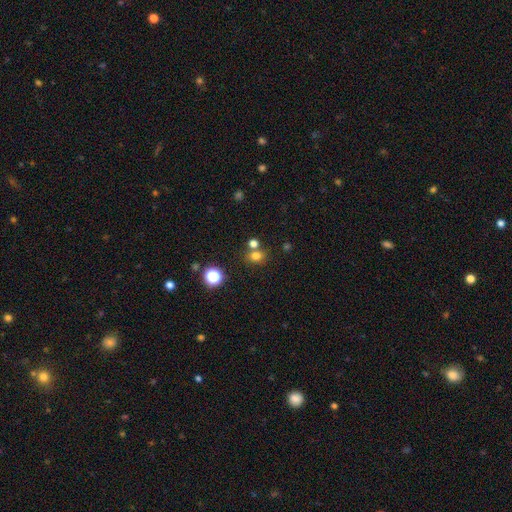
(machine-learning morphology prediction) type=smooth (74%); roundness=round (66%); merging=none (64%).